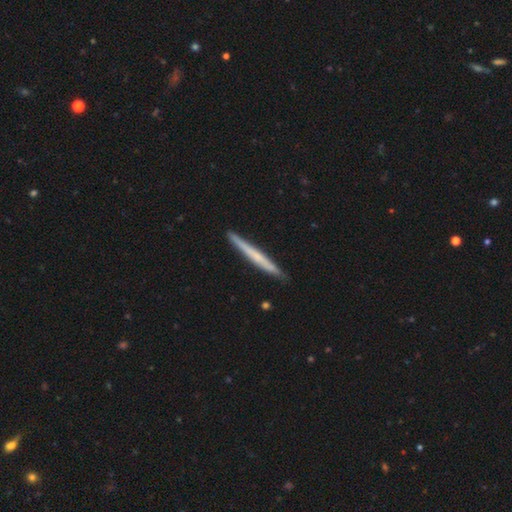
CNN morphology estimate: featured or disk 48%, smooth 47%, star or artifact 5%. Down the decision tree: merging — none (89%).